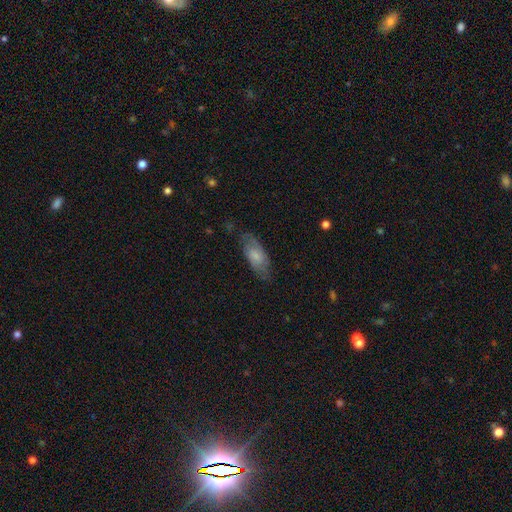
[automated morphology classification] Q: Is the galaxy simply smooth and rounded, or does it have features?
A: smooth — 53%.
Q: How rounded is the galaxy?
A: in between — 82%.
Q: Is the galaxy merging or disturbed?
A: none — 66%.